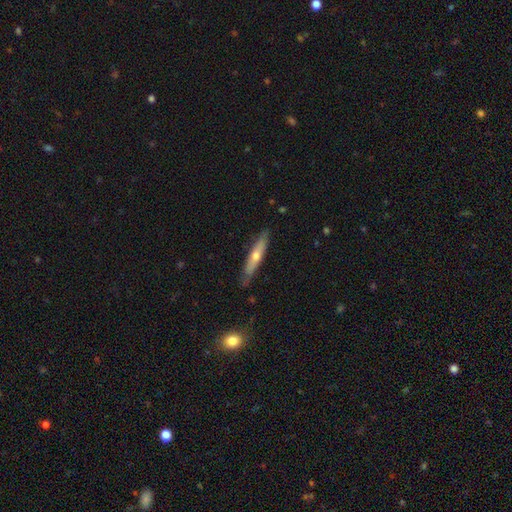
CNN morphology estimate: Smooth or featured: featured or disk — 49% (smooth — 46%)
Merging: none — 82% (minor disturbance — 14%)